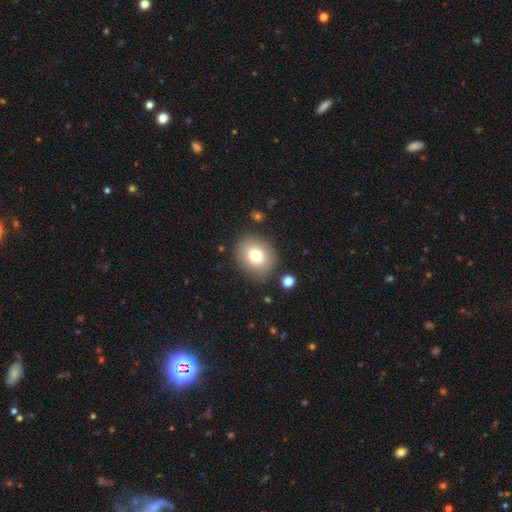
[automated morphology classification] Smooth or featured?
  - smooth: 78% *
  - featured or disk: 12%
  - star or artifact: 10%
How rounded?
  - round: 62% *
  - in between: 37%
  - cigar-shaped: 1%
Merging?
  - none: 85% *
  - minor disturbance: 9%
  - major disturbance: 3%
  - merger: 3%